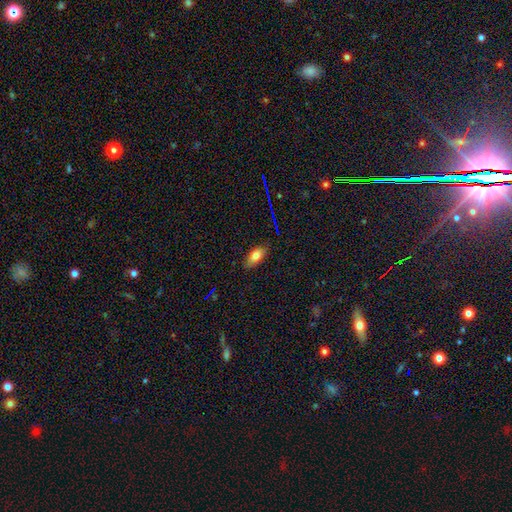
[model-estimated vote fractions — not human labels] smooth_or_featured: smooth (p=0.77) [alt: featured or disk p=0.13]
how_rounded: in between (p=0.86) [alt: cigar-shaped p=0.11]
merging: none (p=0.82) [alt: minor disturbance p=0.14]